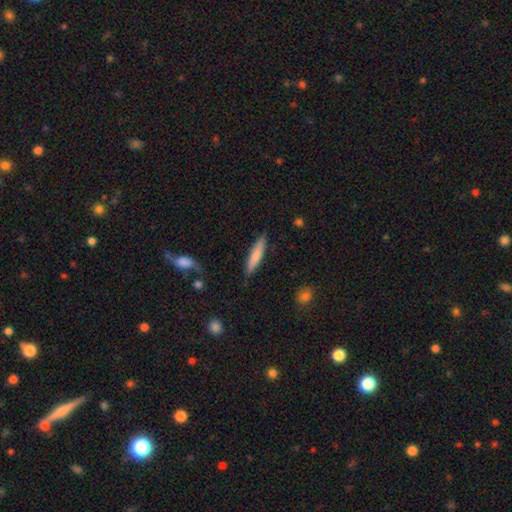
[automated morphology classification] A smooth galaxy with no disk features (75%) that is cigar-shaped (87%). Merging: none (87%).